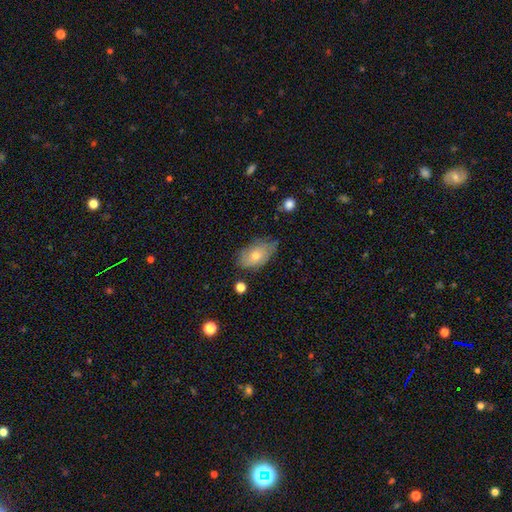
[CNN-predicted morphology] Smooth or featured?
  - smooth: 63% *
  - featured or disk: 29%
  - star or artifact: 8%
How rounded?
  - in between: 90% *
  - round: 7%
  - cigar-shaped: 2%
Merging?
  - none: 65% *
  - minor disturbance: 28%
  - major disturbance: 5%
  - merger: 2%